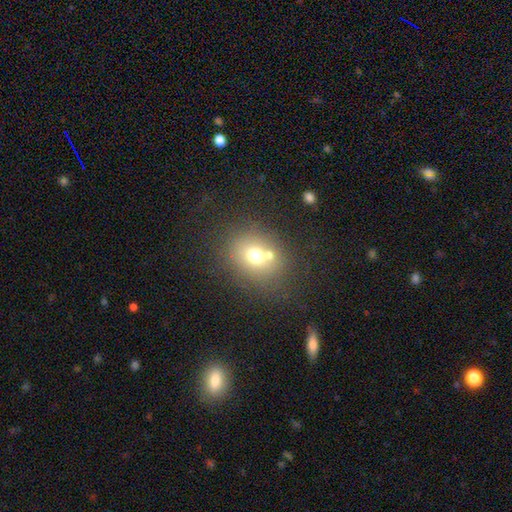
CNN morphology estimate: smooth-or-featured: smooth: 68% | featured or disk: 17% | star or artifact: 15%
  how-rounded: round: 67% | in between: 32% | cigar-shaped: 1%
  merging: none: 60% | merger: 24% | minor disturbance: 10% | major disturbance: 5%